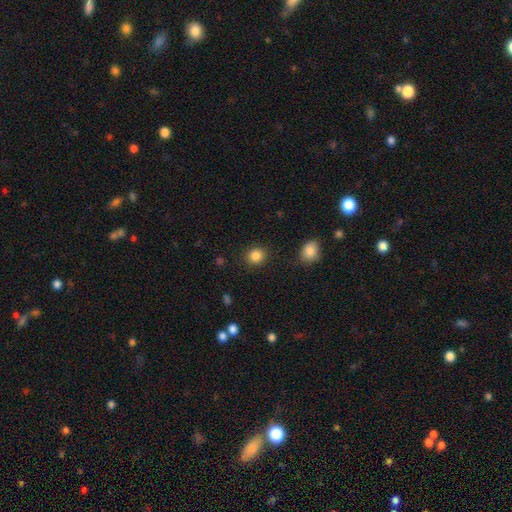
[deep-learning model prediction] Smooth or featured? smooth (86%)
How rounded? round (81%)
Merging? none (88%)